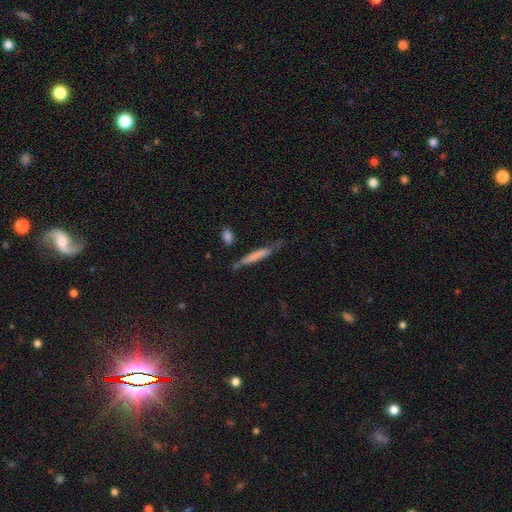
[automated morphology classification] The model was most divided on "merging": none: 60%, minor disturbance: 26%, major disturbance: 8%, merger: 6%. More confident: how rounded — cigar-shaped (93%); smooth or featured — smooth (66%).